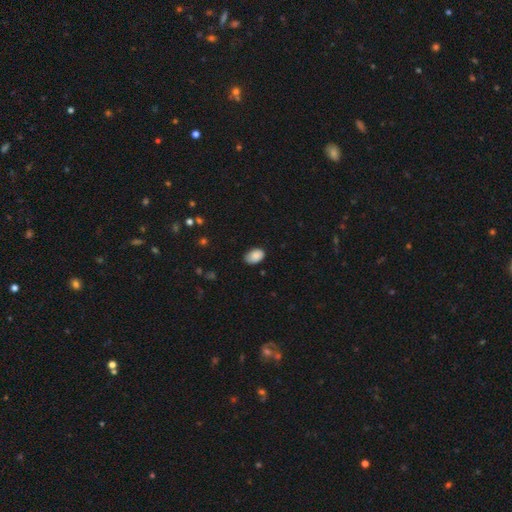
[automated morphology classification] Smooth or featured?
  - smooth: 87% *
  - star or artifact: 8%
  - featured or disk: 6%
How rounded?
  - in between: 87% *
  - round: 12%
  - cigar-shaped: 1%
Merging?
  - none: 71% *
  - minor disturbance: 24%
  - major disturbance: 4%
  - merger: 1%